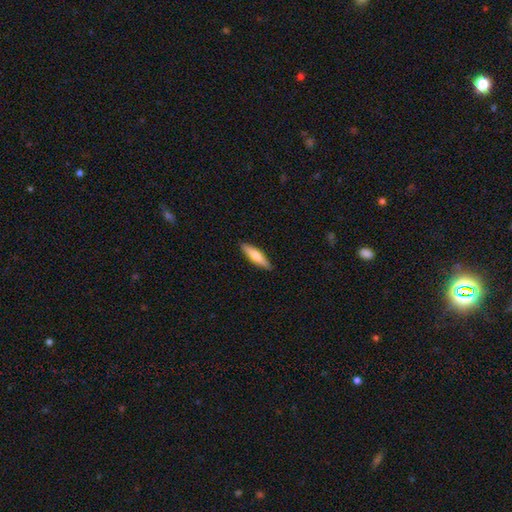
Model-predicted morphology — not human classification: smooth 66%, featured or disk 29%, star or artifact 5%. Down the decision tree: how rounded — cigar-shaped (75%); merging — none (89%).